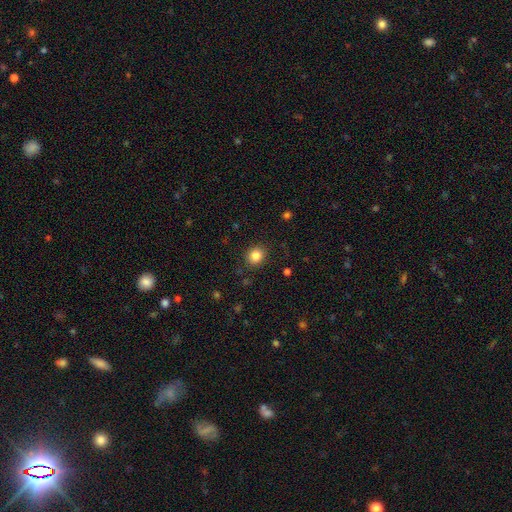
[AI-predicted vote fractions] This appears to be a smooth galaxy with no disk features (84%) that is round (77%). Merging: none (89%).